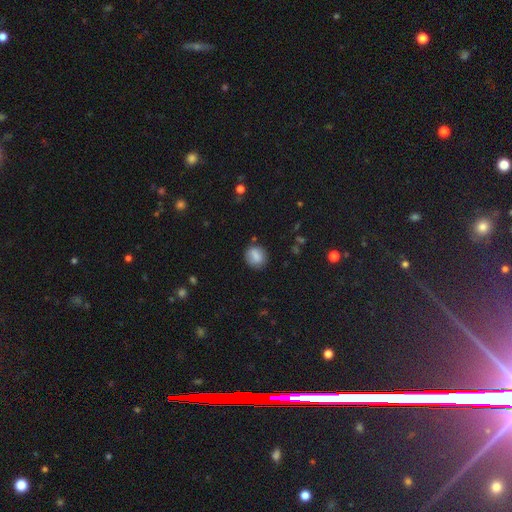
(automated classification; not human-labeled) Morphology: type=smooth (79%); roundness=round (75%); merging=none (81%).